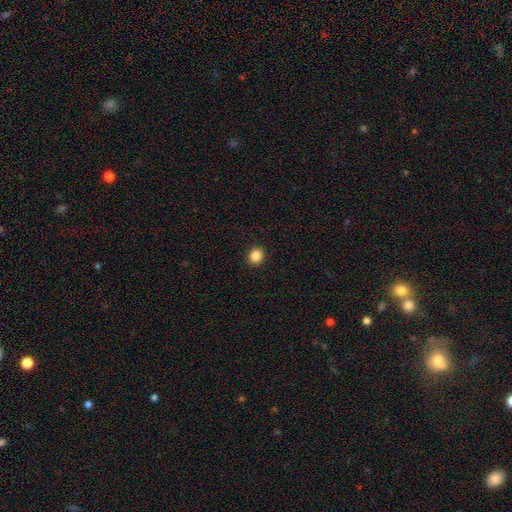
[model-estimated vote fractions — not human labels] The model was most divided on "how rounded": round: 81%, in between: 18%, cigar-shaped: 1%. More confident: merging — none (93%); smooth or featured — smooth (86%).